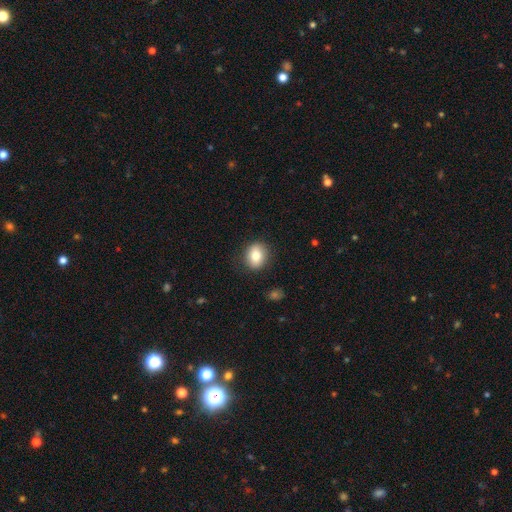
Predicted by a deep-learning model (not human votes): smooth_or_featured: smooth (p=0.81) [alt: featured or disk p=0.11]
how_rounded: round (p=0.56) [alt: in between p=0.43]
merging: none (p=0.86) [alt: minor disturbance p=0.10]